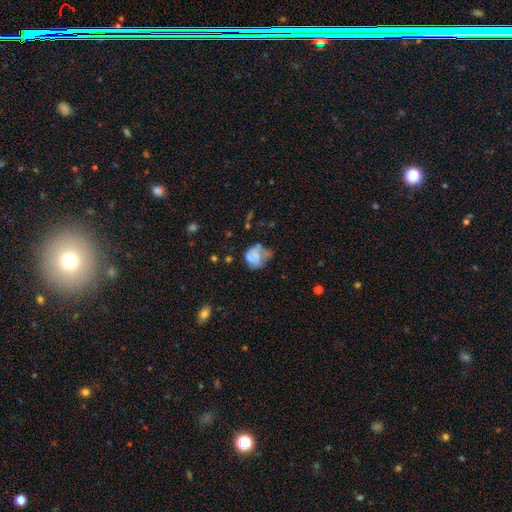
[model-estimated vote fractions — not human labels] Smooth or featured: smooth — 52% (featured or disk — 37%)
How rounded: round — 60% (in between — 39%)
Merging: none — 33% (minor disturbance — 32%)